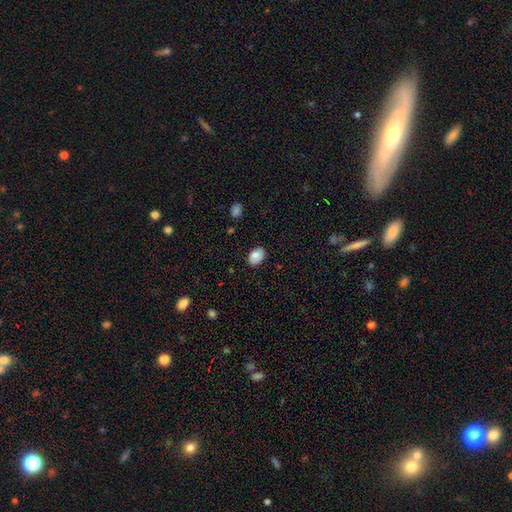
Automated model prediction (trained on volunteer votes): A smooth galaxy with no disk features (82%) that is in between round and cigar-shaped (82%). Merging: none (83%).